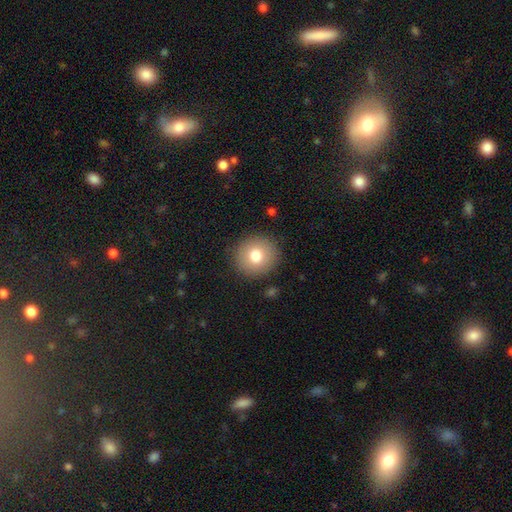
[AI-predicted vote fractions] The model was most divided on "smooth or featured": smooth: 77%, featured or disk: 13%, star or artifact: 10%. More confident: how rounded — round (92%); merging — none (89%).